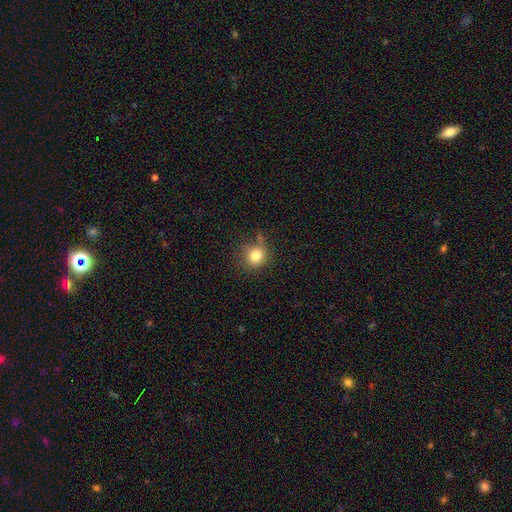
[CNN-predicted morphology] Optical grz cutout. It shows a smooth galaxy with no disk features (81%) that is round (86%). Merging: none (69%).